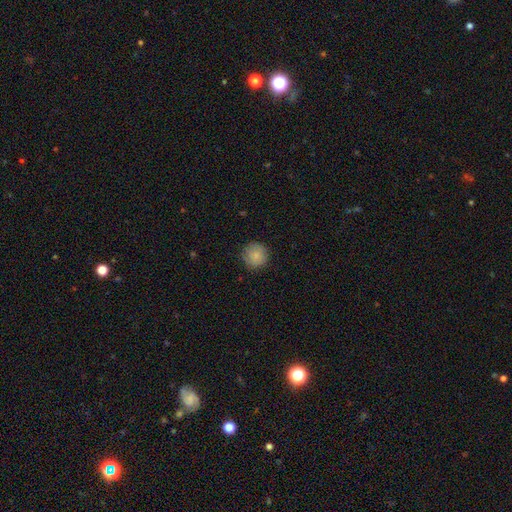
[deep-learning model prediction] Morphology: type=smooth (82%); roundness=round (93%); merging=none (81%).